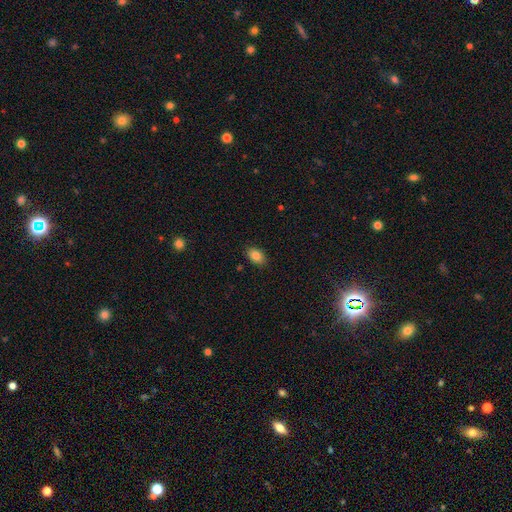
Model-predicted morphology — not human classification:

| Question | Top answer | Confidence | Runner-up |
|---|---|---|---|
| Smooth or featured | smooth | 85% | star or artifact (8%) |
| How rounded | in between | 88% | round (11%) |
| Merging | none | 88% | minor disturbance (9%) |